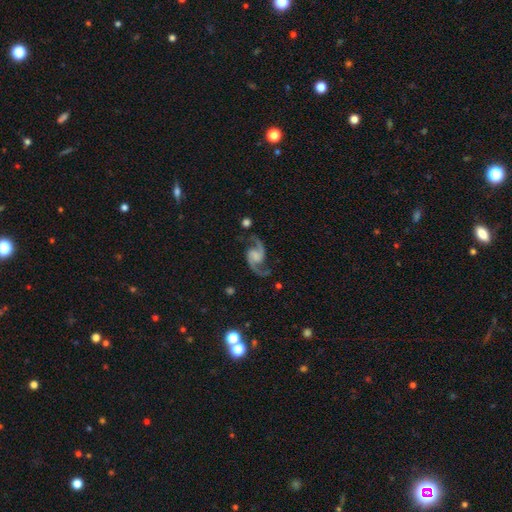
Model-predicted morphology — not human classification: This appears to be a featured or disk galaxy (92%) with no bar (51%), 2 (95%) loose (55%) spiral arms (98%) and no central bulge (49%). Merging: none (78%).